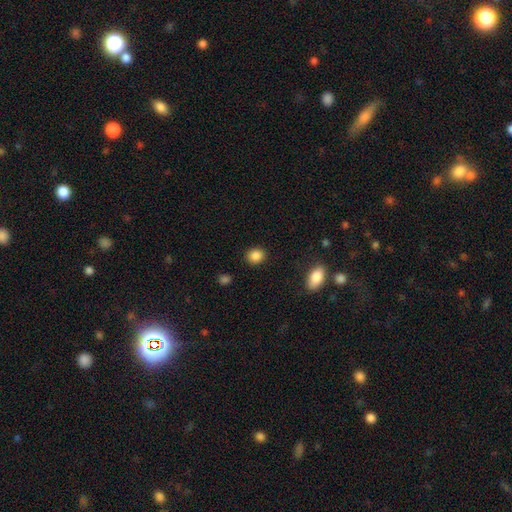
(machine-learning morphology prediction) Smooth or featured?
  - smooth: 87% *
  - star or artifact: 9%
  - featured or disk: 3%
How rounded?
  - round: 71% *
  - in between: 27%
  - cigar-shaped: 1%
Merging?
  - none: 89% *
  - minor disturbance: 7%
  - major disturbance: 2%
  - merger: 1%